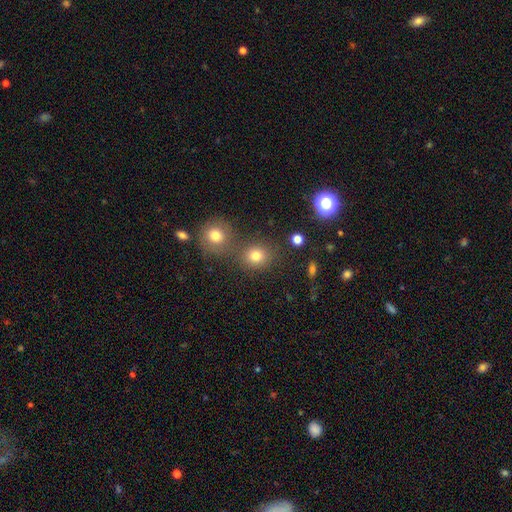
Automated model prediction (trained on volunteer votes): smooth-or-featured: smooth: 79% | star or artifact: 15% | featured or disk: 7%
  how-rounded: round: 82% | in between: 17% | cigar-shaped: 1%
  merging: none: 66% | merger: 23% | minor disturbance: 8% | major disturbance: 3%